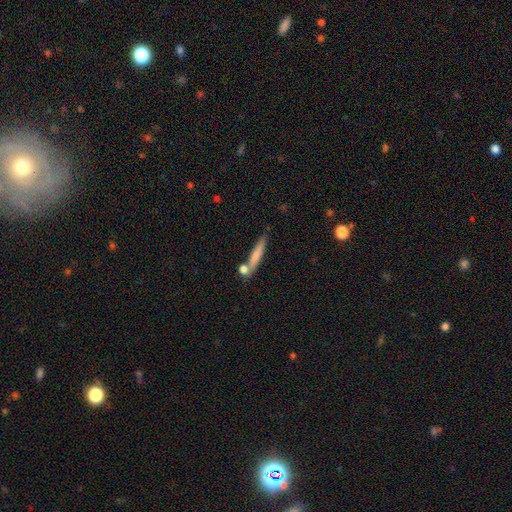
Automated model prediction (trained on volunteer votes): Morphology: type=smooth (71%); roundness=cigar-shaped (89%); merging=none (67%).